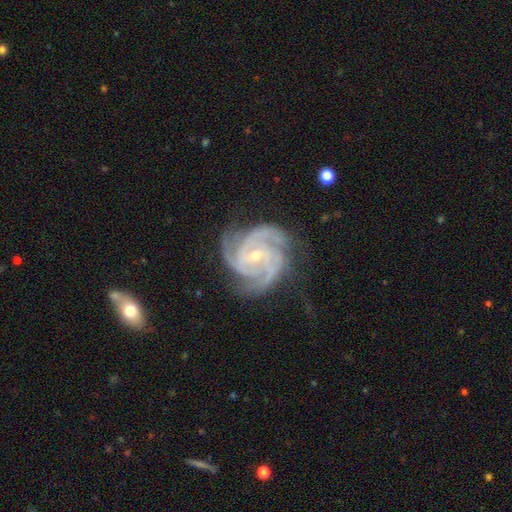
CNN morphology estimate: type=featured or disk (93%); edge-on=no (98%); bar=no (58%); spiral arms=yes (99%); winding=tight (65%); arm count=3 (52%); bulge=small (67%); merging=none (74%).